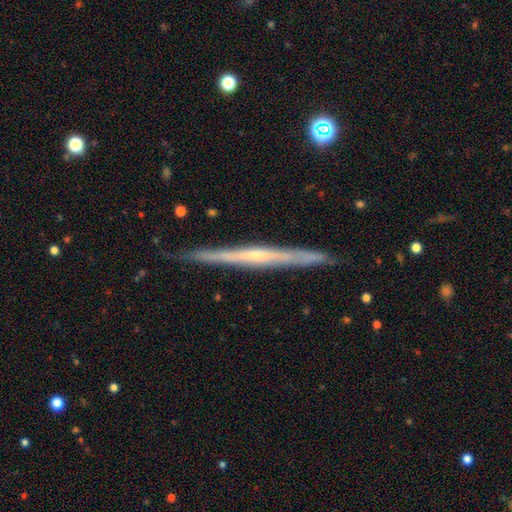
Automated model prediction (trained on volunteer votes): Morphology: type=featured or disk (75%); edge-on=yes (97%); edge-on bulge=none (57%); merging=none (88%).